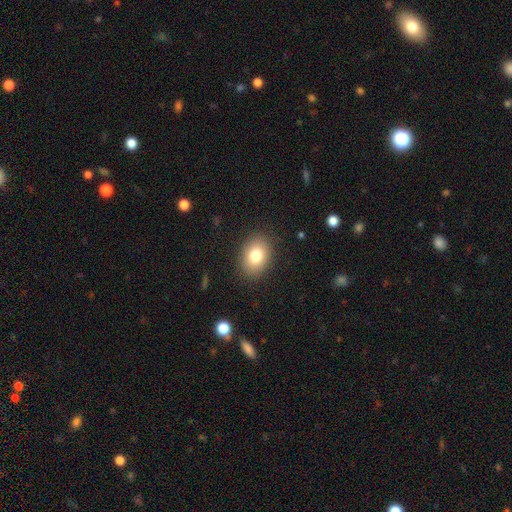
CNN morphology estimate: Smooth or featured? Predicted: smooth (p=0.80). How rounded? Predicted: in between (p=0.73). Merging? Predicted: none (p=0.87).